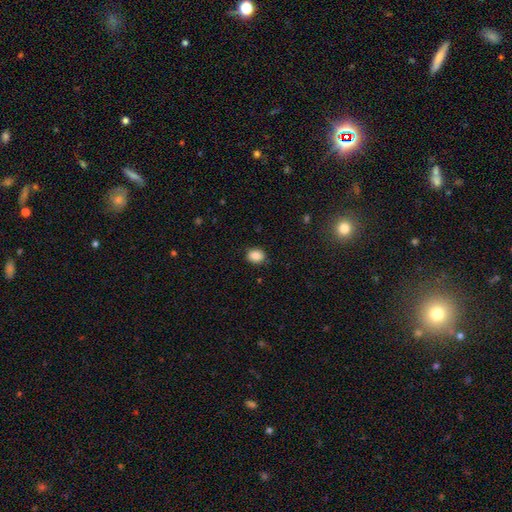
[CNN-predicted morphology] Q: Smooth or featured?
A: smooth (87%); runner-up: star or artifact (8%)
Q: How rounded?
A: in between (53%); runner-up: round (46%)
Q: Merging?
A: none (86%); runner-up: minor disturbance (10%)